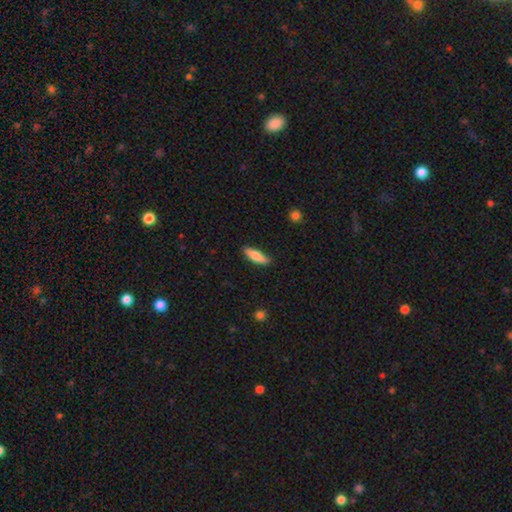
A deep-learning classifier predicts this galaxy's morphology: A smooth galaxy with no disk features (70%) that is cigar-shaped (58%).

Vote fractions:
- Smooth or featured? smooth: 70% / featured or disk: 24% / star or artifact: 6%
- How rounded? cigar-shaped: 58% / in between: 40% / round: 2%
- Merging? none: 85% / minor disturbance: 12% / major disturbance: 2% / merger: 1%